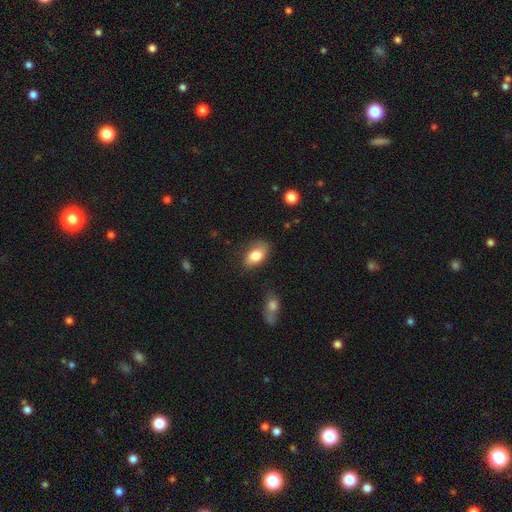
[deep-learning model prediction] A smooth galaxy with no disk features (79%) that is in between round and cigar-shaped (90%). Merging: none (71%).